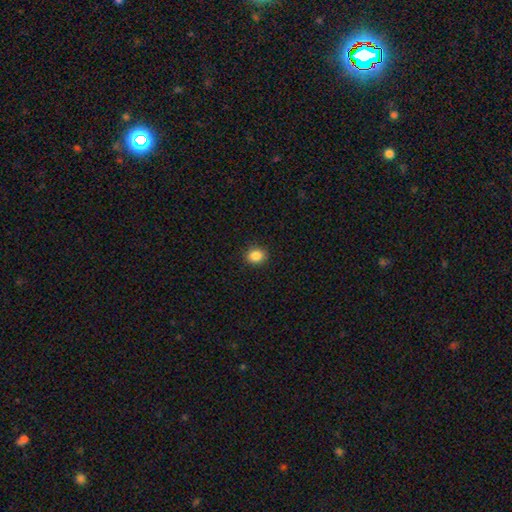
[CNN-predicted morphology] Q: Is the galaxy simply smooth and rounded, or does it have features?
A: smooth — 86%.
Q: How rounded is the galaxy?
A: round — 67%.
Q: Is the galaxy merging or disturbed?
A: none — 90%.